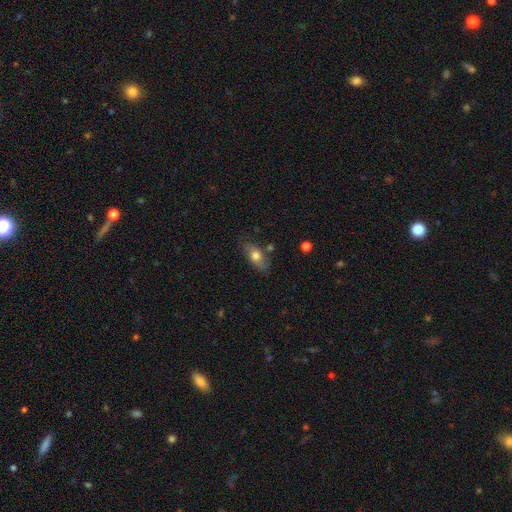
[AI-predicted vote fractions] A smooth galaxy with no disk features (68%) that is in between round and cigar-shaped (83%).

Vote fractions:
- Smooth or featured? smooth: 68% / featured or disk: 25% / star or artifact: 8%
- How rounded? in between: 83% / cigar-shaped: 9% / round: 8%
- Merging? none: 72% / minor disturbance: 19% / major disturbance: 5% / merger: 4%